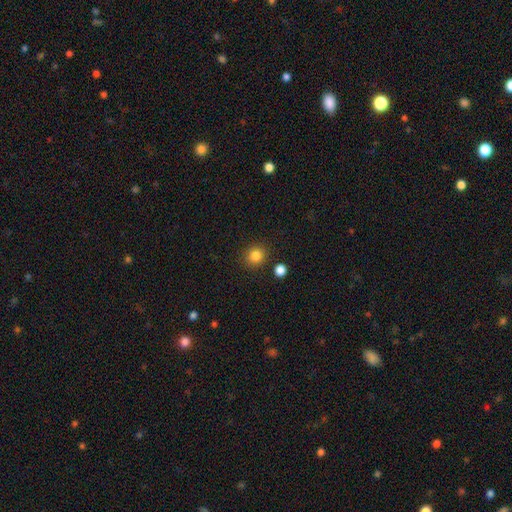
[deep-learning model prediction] Overall: smooth (84%). How rounded: round (85%). Merging: none (87%).